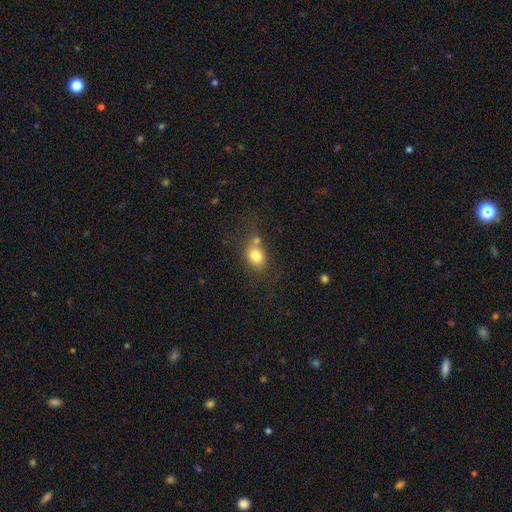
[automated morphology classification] type=smooth (78%); roundness=in between (64%); merging=none (51%).